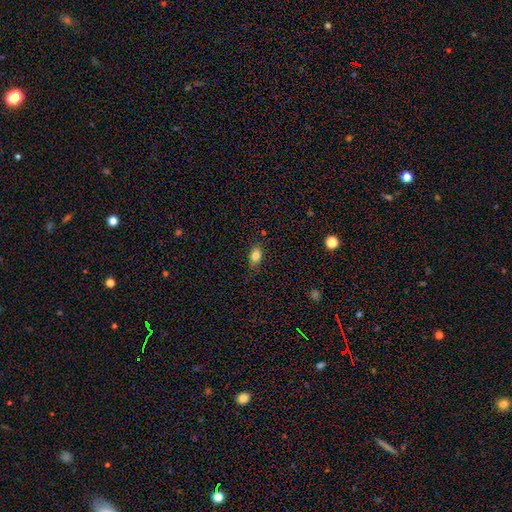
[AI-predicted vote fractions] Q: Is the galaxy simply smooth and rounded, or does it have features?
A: smooth — 82%.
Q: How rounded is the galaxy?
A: in between — 81%.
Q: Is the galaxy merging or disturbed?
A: none — 78%.